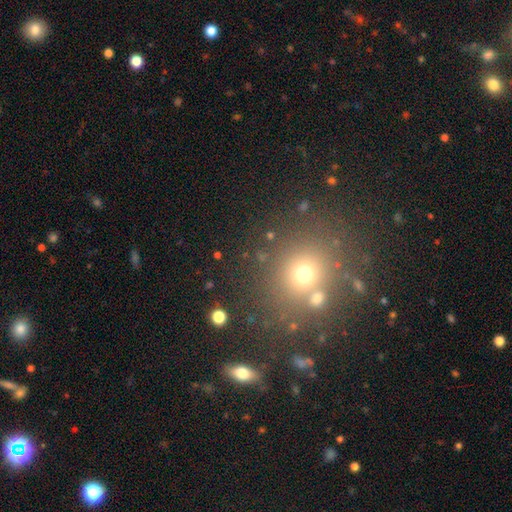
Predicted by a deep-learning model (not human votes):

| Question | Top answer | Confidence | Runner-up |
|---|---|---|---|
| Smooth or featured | smooth | 53% | star or artifact (36%) |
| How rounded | round | 82% | in between (17%) |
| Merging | none | 80% | minor disturbance (9%) |